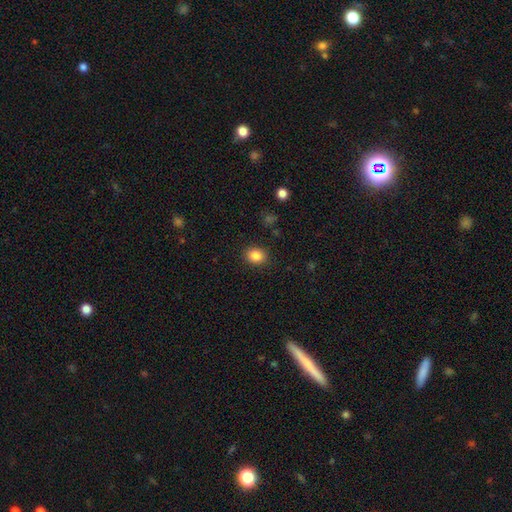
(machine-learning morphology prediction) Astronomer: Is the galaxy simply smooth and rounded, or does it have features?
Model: smooth — 85%.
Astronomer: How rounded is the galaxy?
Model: round — 54% (runner-up: in between, 45%).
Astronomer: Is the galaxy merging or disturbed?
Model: none — 88%.